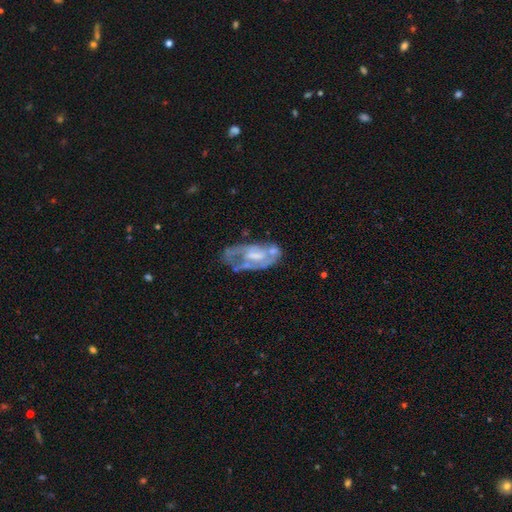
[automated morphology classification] Smooth or featured: featured or disk — 71% (smooth — 22%)
Edge-on disk: no — 93% (yes — 7%)
Bar: no — 53% (weak — 34%)
Spiral arms: yes — 52% (no — 48%)
Bulge size: moderate — 35% (none — 29%)
Merging: none — 43% (minor disturbance — 25%)